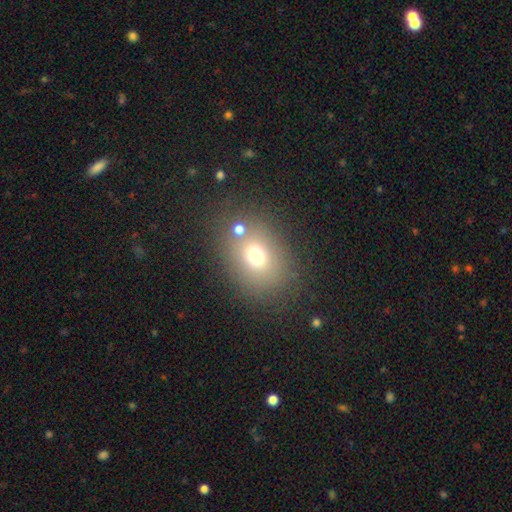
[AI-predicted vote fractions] Smooth or featured: smooth — 69% (star or artifact — 17%)
How rounded: in between — 55% (round — 44%)
Merging: none — 71% (minor disturbance — 12%)